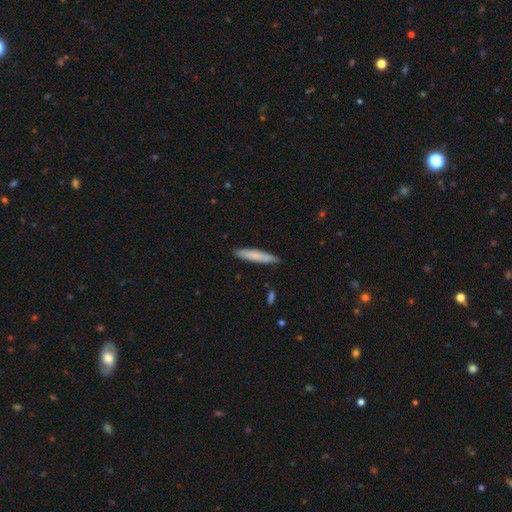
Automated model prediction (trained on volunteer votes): Smooth or featured? Predicted: smooth (p=0.75). How rounded? Predicted: cigar-shaped (p=0.92). Merging? Predicted: none (p=0.89).